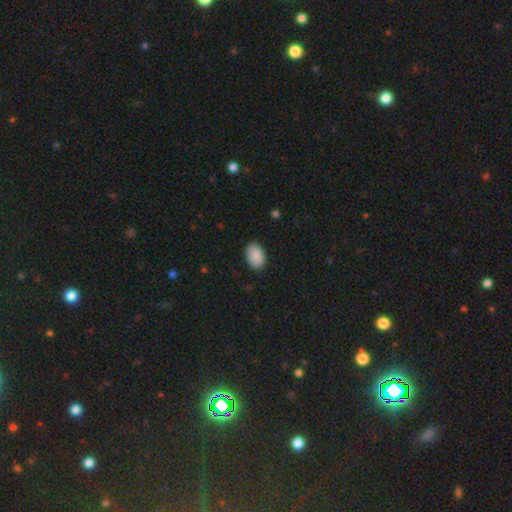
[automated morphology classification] A smooth galaxy with no disk features (90%) that is in between round and cigar-shaped (91%). Merging: none (87%).